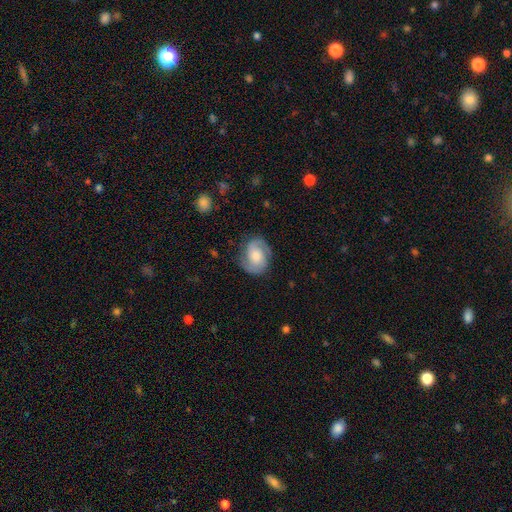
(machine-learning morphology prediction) The model was most divided on "spiral winding": medium: 49%, tight: 38%, loose: 14%. More confident: edge-on disk — no (98%); spiral arms — yes (96%); spiral arm count — 2 (91%); merging — none (80%); smooth or featured — featured or disk (79%); bar — no (62%); bulge size — moderate (51%).